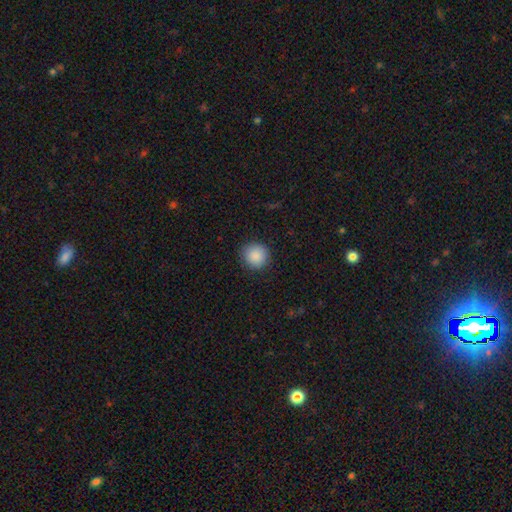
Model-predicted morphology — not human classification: Smooth or featured: smooth — 88% (star or artifact — 8%)
How rounded: round — 93% (in between — 6%)
Merging: none — 90% (minor disturbance — 7%)